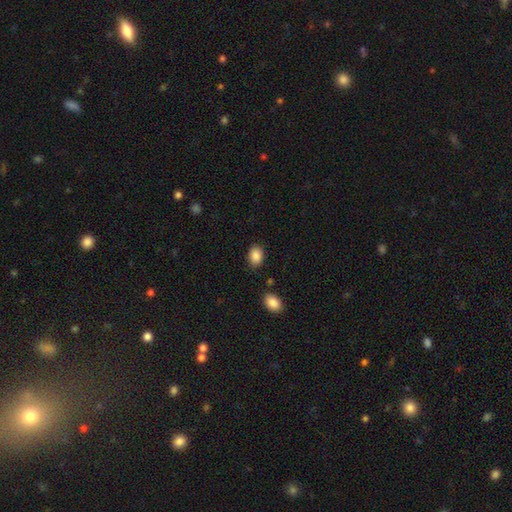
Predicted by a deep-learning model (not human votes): A smooth galaxy with no disk features (88%) that is in between round and cigar-shaped (78%). Merging: none (84%).